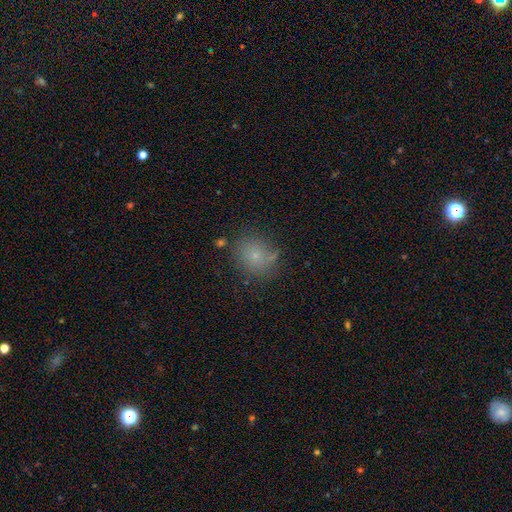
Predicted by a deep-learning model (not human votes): This appears to be a smooth galaxy with no disk features (70%) that is round (74%). Merging: none (72%).